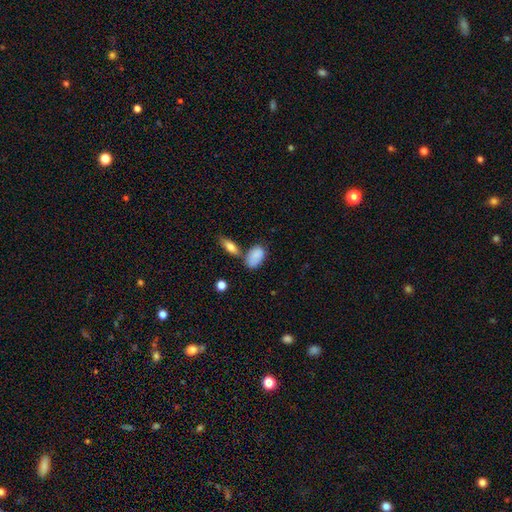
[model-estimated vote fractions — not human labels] smooth_or_featured: smooth (p=0.86) [alt: featured or disk p=0.07]
how_rounded: in between (p=0.92) [alt: round p=0.06]
merging: none (p=0.53) [alt: minor disturbance p=0.22]